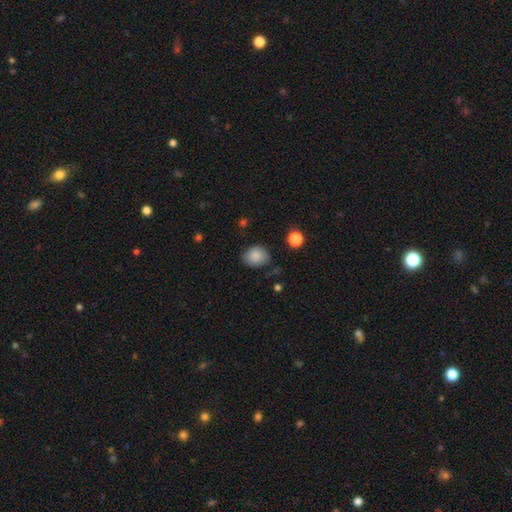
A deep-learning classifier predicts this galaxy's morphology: Overall: smooth (86%). How rounded: round (53%; in between 46%). Merging: none (76%).